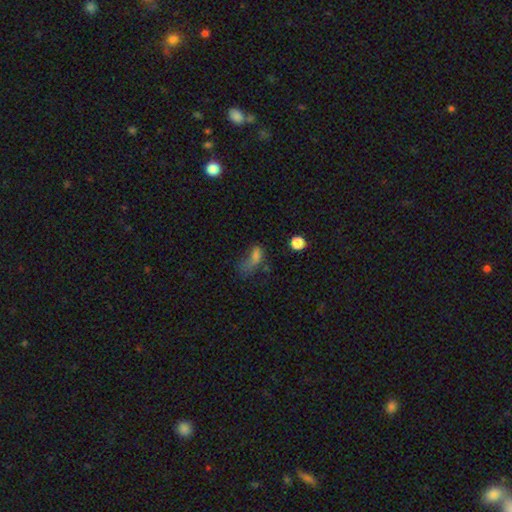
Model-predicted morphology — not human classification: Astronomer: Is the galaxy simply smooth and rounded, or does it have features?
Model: smooth — 67%.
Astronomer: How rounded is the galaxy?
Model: in between — 73%.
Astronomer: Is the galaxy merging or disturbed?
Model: major disturbance — 53%.